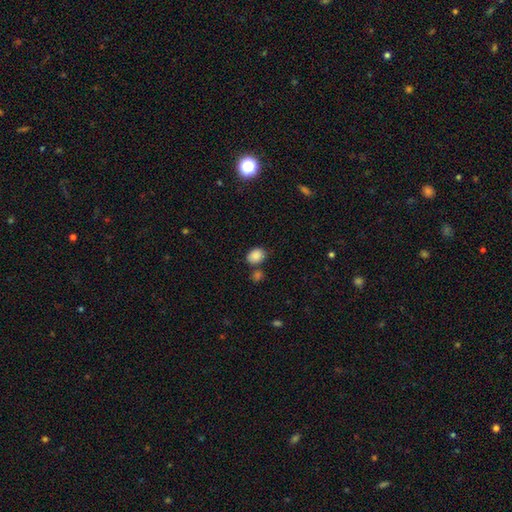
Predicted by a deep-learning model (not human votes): The model was most divided on "how rounded": in between: 61%, round: 38%, cigar-shaped: 1%. More confident: smooth or featured — smooth (87%); merging — none (68%).